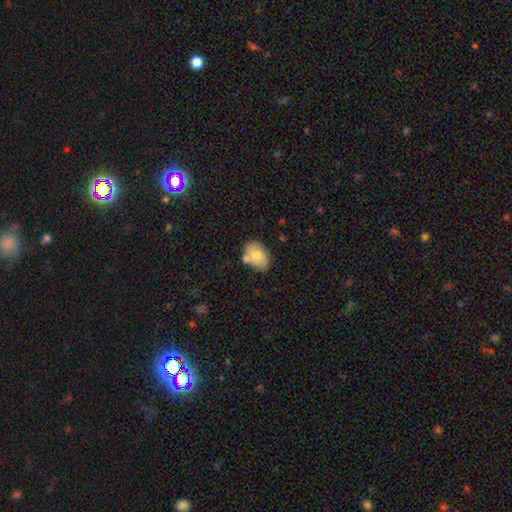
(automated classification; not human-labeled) This appears to be a smooth galaxy with no disk features (70%) that is in between round and cigar-shaped (78%). Merging: none (52%).